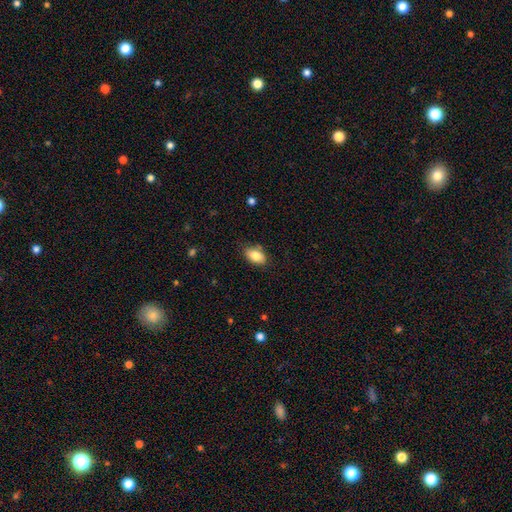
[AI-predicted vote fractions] This appears to be a smooth galaxy with no disk features (83%) that is in between round and cigar-shaped (91%). Merging: none (78%).